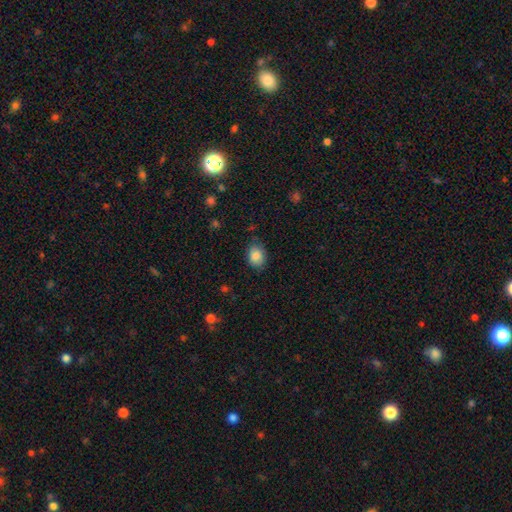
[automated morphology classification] smooth 85%, star or artifact 8%, featured or disk 7%. Down the decision tree: how rounded — in between (65%); merging — none (77%).